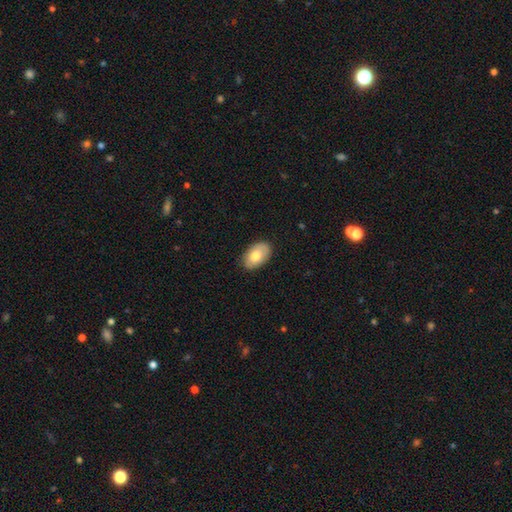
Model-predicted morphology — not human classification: smooth-or-featured: smooth: 76% | featured or disk: 18% | star or artifact: 6%
  how-rounded: in between: 92% | round: 7% | cigar-shaped: 1%
  merging: none: 85% | minor disturbance: 12% | major disturbance: 2% | merger: 1%